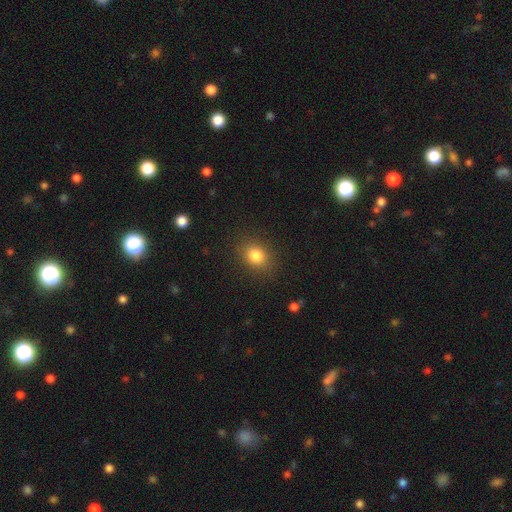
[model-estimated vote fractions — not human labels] smooth-or-featured: smooth: 82% | star or artifact: 11% | featured or disk: 6%
  how-rounded: round: 50% | in between: 49% | cigar-shaped: 1%
  merging: none: 87% | minor disturbance: 9% | major disturbance: 3% | merger: 1%